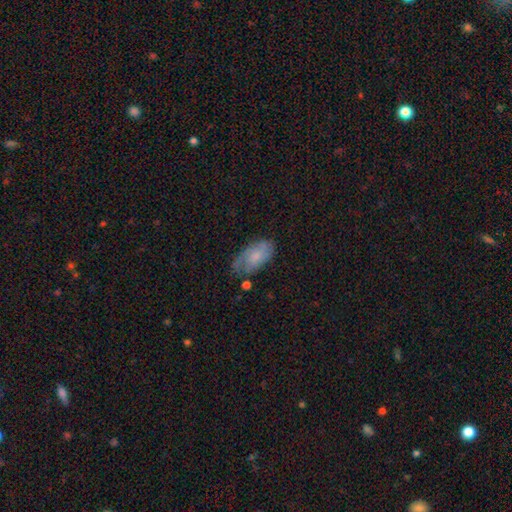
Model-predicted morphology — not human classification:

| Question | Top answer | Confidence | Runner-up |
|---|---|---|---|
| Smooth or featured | smooth | 54% | featured or disk (38%) |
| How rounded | in between | 91% | cigar-shaped (5%) |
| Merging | none | 52% | minor disturbance (31%) |